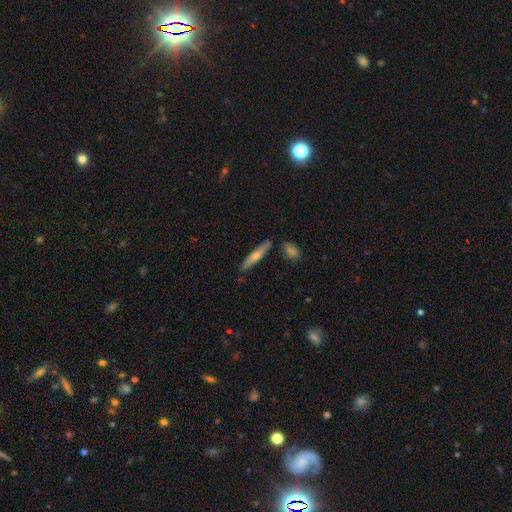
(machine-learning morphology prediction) Smooth or featured: featured or disk — 52% (smooth — 42%)
Edge-on disk: yes — 92% (no — 8%)
Merging: none — 84% (minor disturbance — 10%)